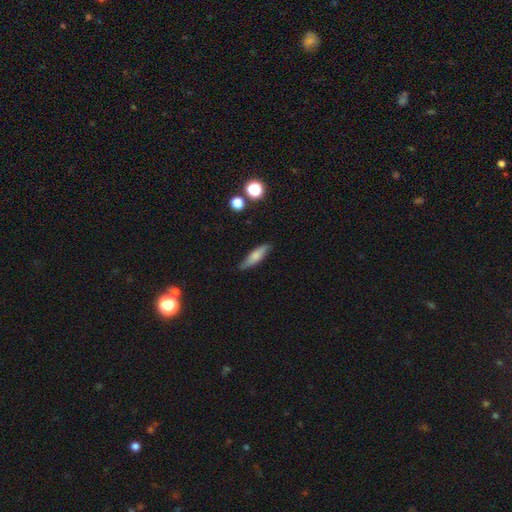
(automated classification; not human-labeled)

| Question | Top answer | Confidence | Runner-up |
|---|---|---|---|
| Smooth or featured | smooth | 67% | featured or disk (25%) |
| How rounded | cigar-shaped | 67% | in between (31%) |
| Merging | none | 79% | minor disturbance (17%) |